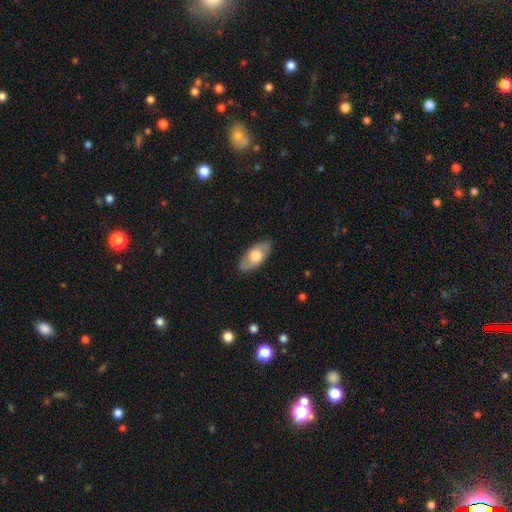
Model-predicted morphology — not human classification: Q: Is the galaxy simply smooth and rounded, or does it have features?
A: smooth — 59%.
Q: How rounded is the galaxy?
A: in between — 91%.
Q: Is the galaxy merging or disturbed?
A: none — 85%.